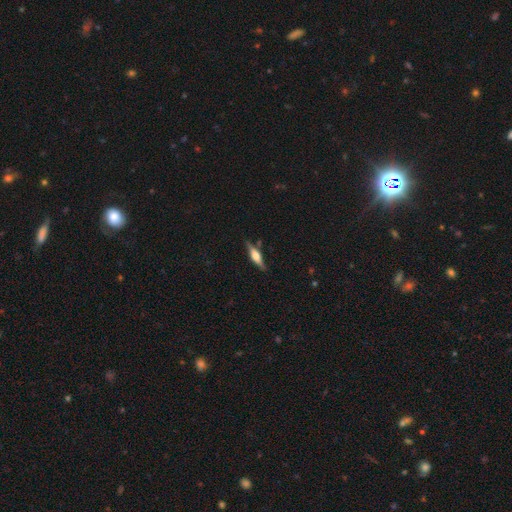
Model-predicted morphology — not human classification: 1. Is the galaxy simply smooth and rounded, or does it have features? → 62% featured or disk, 31% smooth, 6% star or artifact.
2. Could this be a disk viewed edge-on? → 95% yes, 5% no.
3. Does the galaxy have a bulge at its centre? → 82% rounded, 15% boxy, 3% none.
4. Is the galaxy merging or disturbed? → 80% none, 14% minor disturbance, 3% major disturbance, 3% merger.